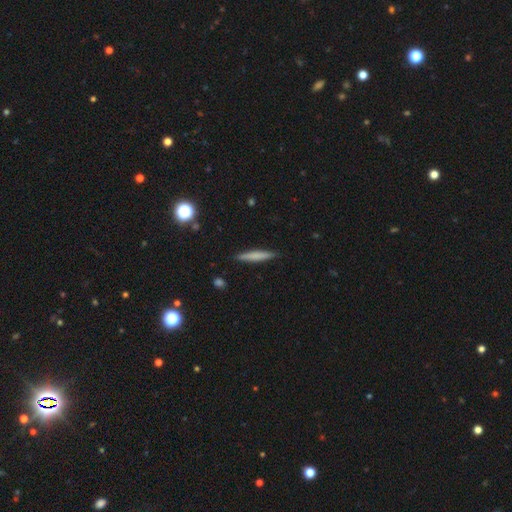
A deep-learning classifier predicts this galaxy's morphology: The model was most divided on "smooth or featured": smooth: 69%, featured or disk: 24%, star or artifact: 7%. More confident: how rounded — cigar-shaped (92%); merging — none (90%).